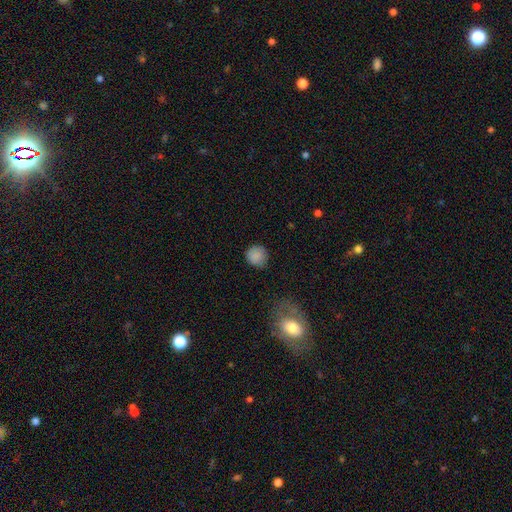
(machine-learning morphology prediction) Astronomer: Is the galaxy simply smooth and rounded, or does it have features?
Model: smooth — 86%.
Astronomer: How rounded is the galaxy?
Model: round — 93%.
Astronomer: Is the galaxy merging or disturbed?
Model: none — 85%.